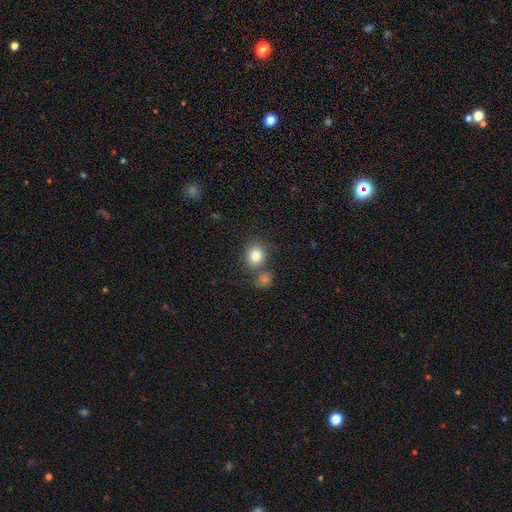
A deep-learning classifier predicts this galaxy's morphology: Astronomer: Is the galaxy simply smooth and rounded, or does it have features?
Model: smooth — 82%.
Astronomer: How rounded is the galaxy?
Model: round — 78%.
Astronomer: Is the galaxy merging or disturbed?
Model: none — 68%.